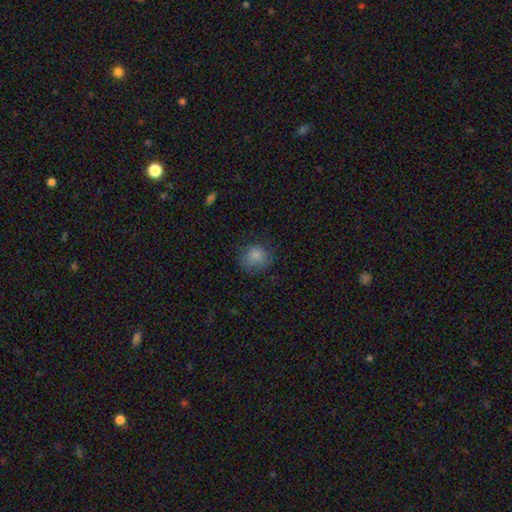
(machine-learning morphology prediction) Smooth or featured? smooth (82%)
How rounded? round (76%)
Merging? none (70%)